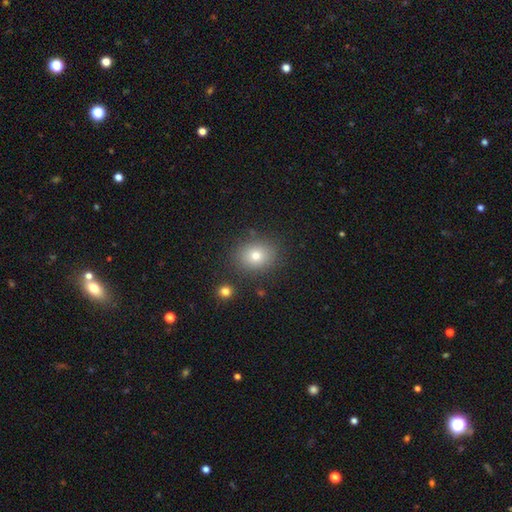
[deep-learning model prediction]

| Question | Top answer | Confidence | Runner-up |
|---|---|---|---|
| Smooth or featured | smooth | 77% | star or artifact (13%) |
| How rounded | round | 58% | in between (41%) |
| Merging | none | 85% | minor disturbance (9%) |